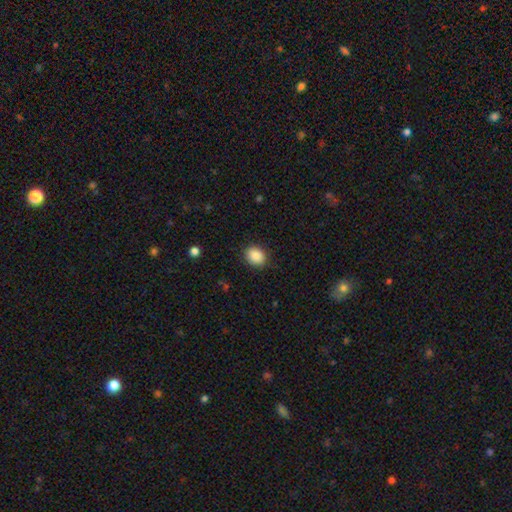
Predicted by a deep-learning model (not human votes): Smooth or featured? smooth (88%)
How rounded? round (52%)
Merging? none (86%)